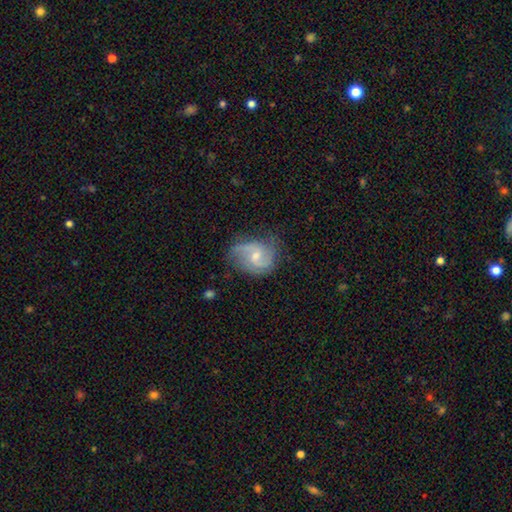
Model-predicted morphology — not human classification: Smooth or featured? Predicted: featured or disk (p=0.80). Edge-on disk? Predicted: no (p=0.98). Bar? Predicted: weak (p=0.51). Spiral arms? Predicted: yes (p=0.95). Spiral winding? Predicted: medium (p=0.49). Spiral arm count? Predicted: 2 (p=0.84). Bulge size? Predicted: small (p=0.50). Merging? Predicted: none (p=0.65).